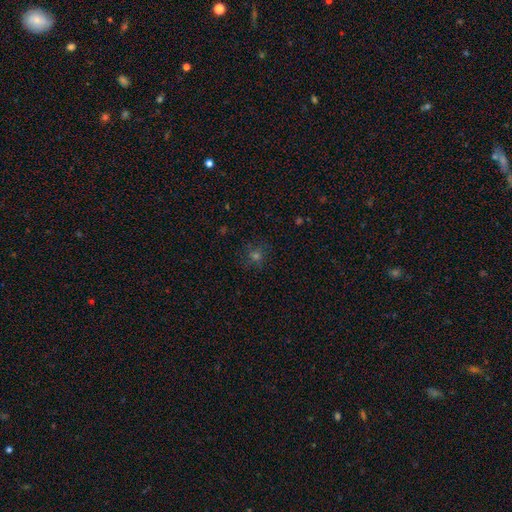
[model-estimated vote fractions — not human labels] smooth-or-featured: smooth: 51% | star or artifact: 35% | featured or disk: 14%
  how-rounded: round: 84% | in between: 15% | cigar-shaped: 1%
  merging: none: 80% | minor disturbance: 12% | major disturbance: 5% | merger: 2%